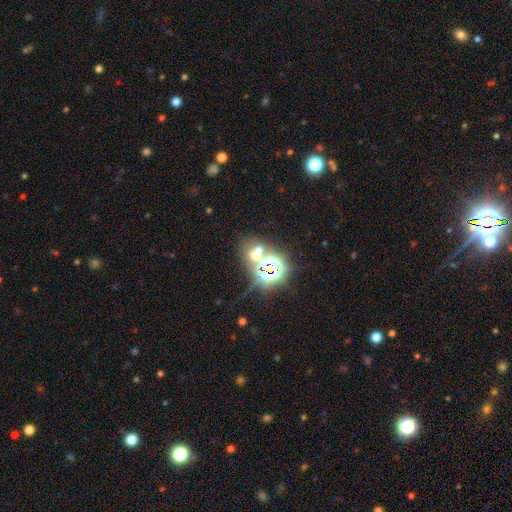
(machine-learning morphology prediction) Smooth or featured: star or artifact — 54% (smooth — 33%)